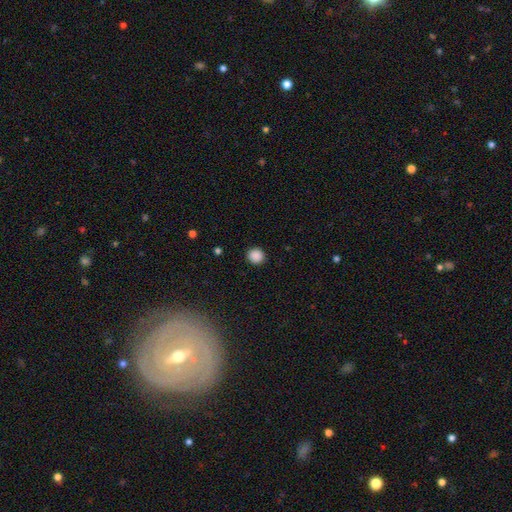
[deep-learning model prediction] Smooth or featured: smooth — 88% (star or artifact — 10%)
How rounded: round — 90% (in between — 9%)
Merging: none — 91% (minor disturbance — 6%)